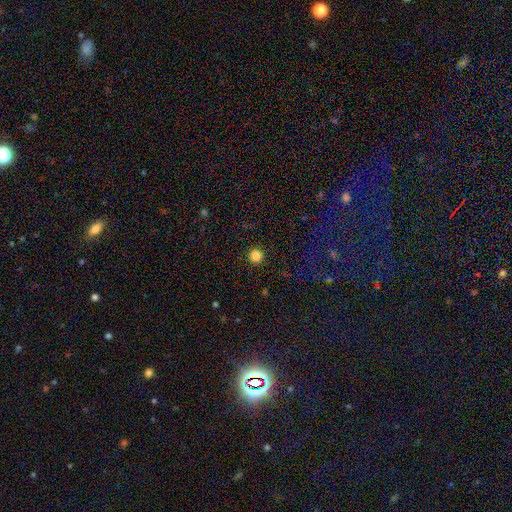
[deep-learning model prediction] A smooth galaxy with no disk features (84%) that is round (96%).

Vote fractions:
- Smooth or featured? smooth: 84% / star or artifact: 12% / featured or disk: 3%
- How rounded? round: 96% / in between: 3% / cigar-shaped: 1%
- Merging? none: 93% / minor disturbance: 5% / major disturbance: 2% / merger: 1%